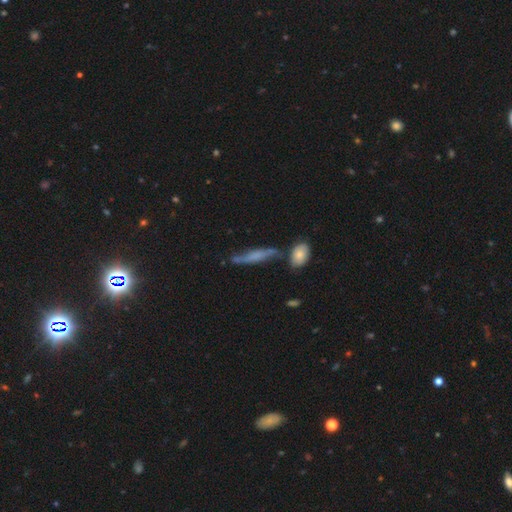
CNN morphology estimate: This appears to be a featured or disk galaxy (48%). Merging: none (62%).